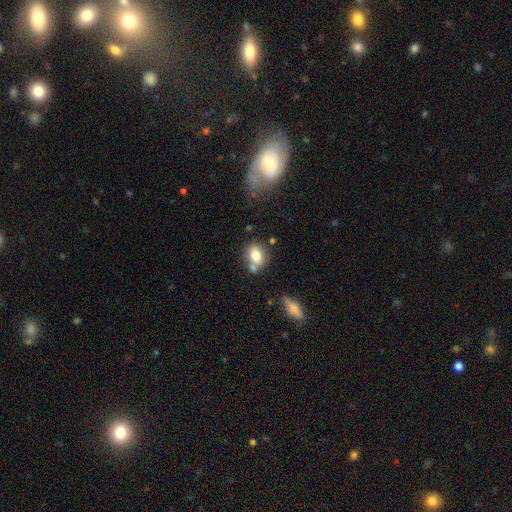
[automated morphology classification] A smooth galaxy with no disk features (79%) that is in between round and cigar-shaped (66%). Merging: none (59%).